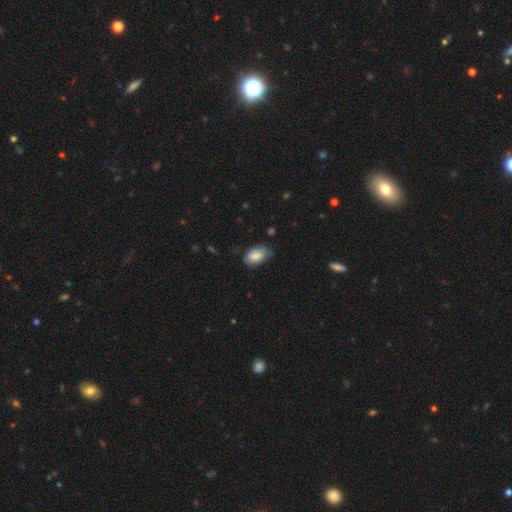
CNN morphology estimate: This appears to be a smooth galaxy with no disk features (77%) that is in between round and cigar-shaped (92%). Merging: none (65%).